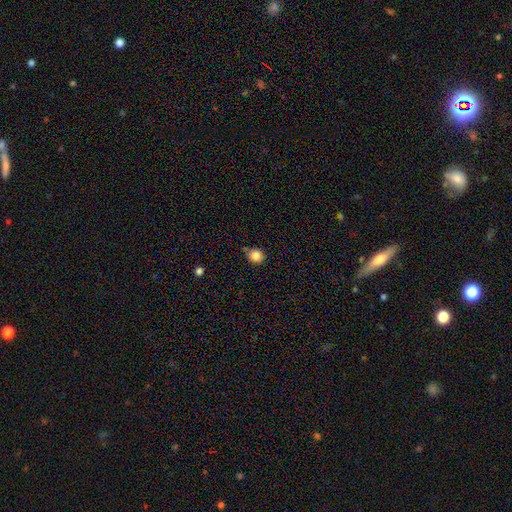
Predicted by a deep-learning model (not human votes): Overall: smooth (85%). How rounded: round (82%). Merging: none (70%).